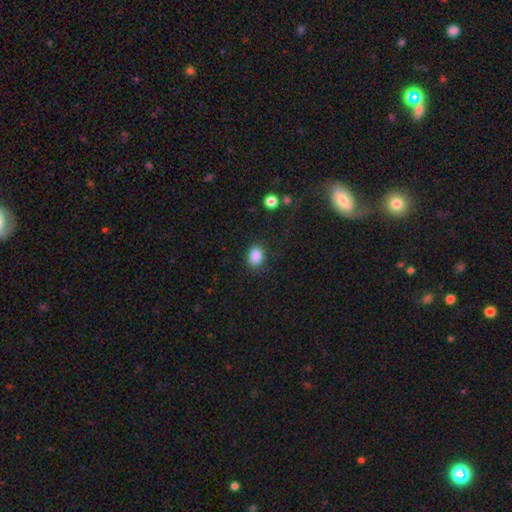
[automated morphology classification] Q: Smooth or featured?
A: smooth (87%); runner-up: star or artifact (10%)
Q: How rounded?
A: in between (62%); runner-up: round (37%)
Q: Merging?
A: none (80%); runner-up: minor disturbance (13%)